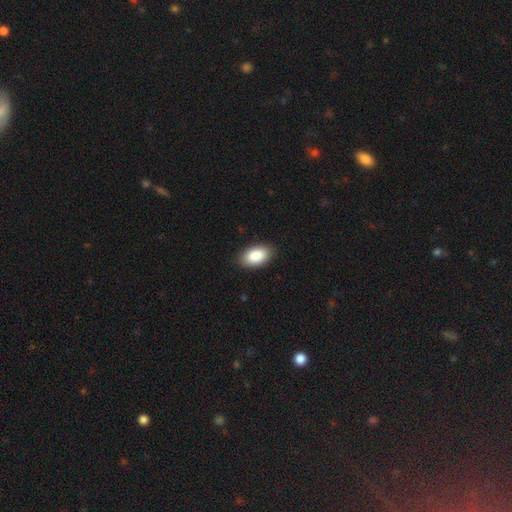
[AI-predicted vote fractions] A smooth galaxy with no disk features (90%) that is in between round and cigar-shaped (94%).

Vote fractions:
- Smooth or featured? smooth: 90% / star or artifact: 6% / featured or disk: 4%
- How rounded? in between: 94% / round: 5% / cigar-shaped: 1%
- Merging? none: 87% / minor disturbance: 10% / major disturbance: 2% / merger: 1%